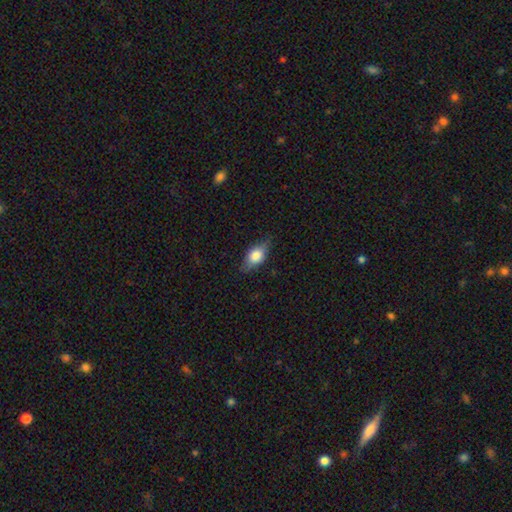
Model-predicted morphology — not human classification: This appears to be a smooth galaxy with no disk features (66%) that is in between round and cigar-shaped (82%). Merging: none (78%).